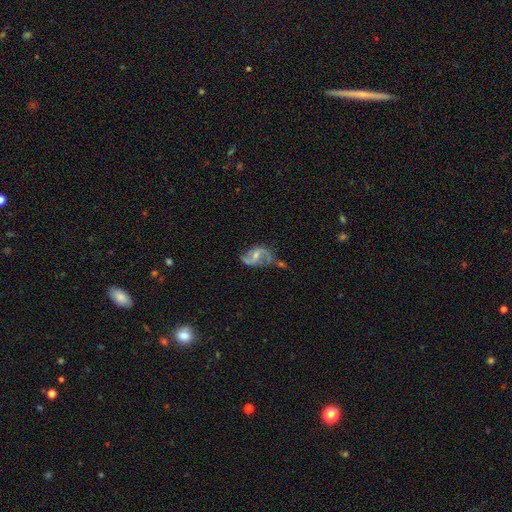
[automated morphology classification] smooth-or-featured: featured or disk: 81% | smooth: 12% | star or artifact: 7%
  disk-edge-on: no: 97% | yes: 3%
    bar: weak: 50% | no: 31% | strong: 19%
    has-spiral-arms: yes: 92% | no: 8%
      spiral-winding: loose: 62% | medium: 30% | tight: 8%
      spiral-arm-count: 2: 89% | can't tell: 4% | 1: 4% | 3: 1% | 4: 1% | more than 4: 1%
    bulge-size: small: 49% | moderate: 42% | none: 6% | large: 2% | dominant: 1%
  merging: none: 44% | minor disturbance: 24% | major disturbance: 17% | merger: 15%